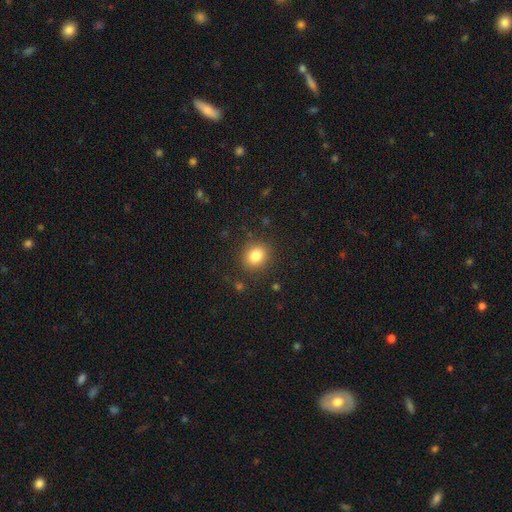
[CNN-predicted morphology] type=smooth (83%); roundness=round (67%); merging=none (87%).